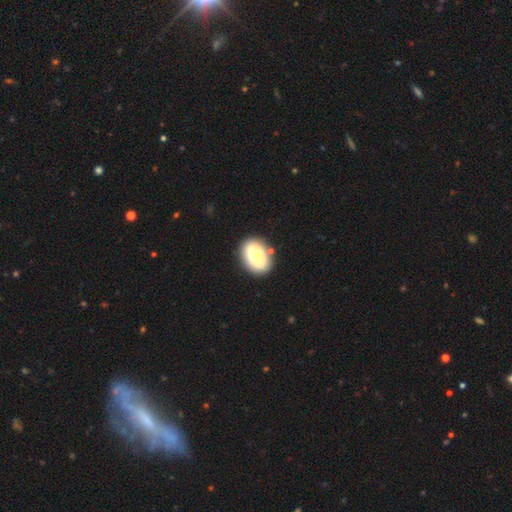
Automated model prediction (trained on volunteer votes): smooth-or-featured: smooth: 62% | featured or disk: 31% | star or artifact: 7%
  how-rounded: in between: 74% | round: 25% | cigar-shaped: 1%
  merging: none: 80% | minor disturbance: 12% | merger: 5% | major disturbance: 3%